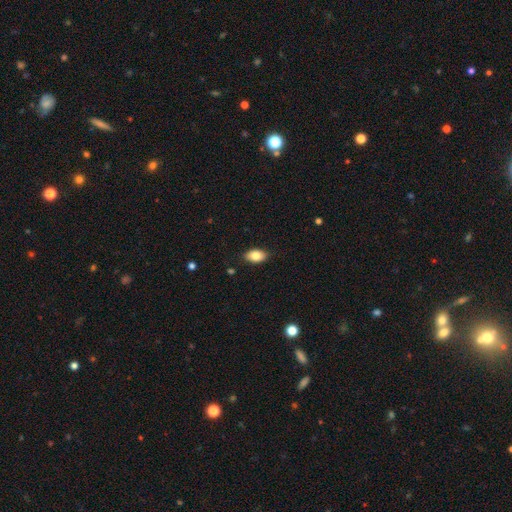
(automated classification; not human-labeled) Smooth or featured? smooth (84%)
How rounded? in between (91%)
Merging? none (86%)